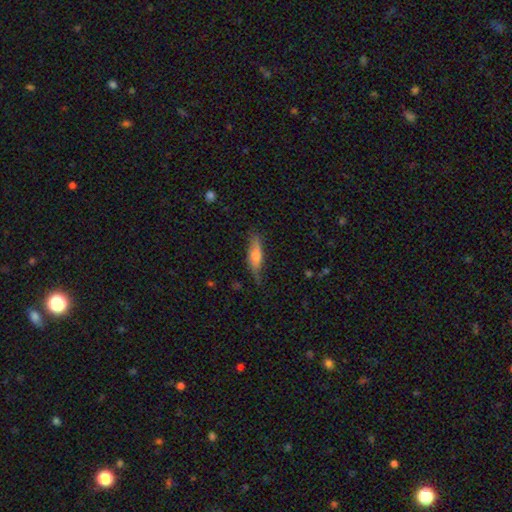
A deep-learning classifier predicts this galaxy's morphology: Smooth or featured? Predicted: smooth (p=0.60). How rounded? Predicted: cigar-shaped (p=0.57). Merging? Predicted: none (p=0.71).